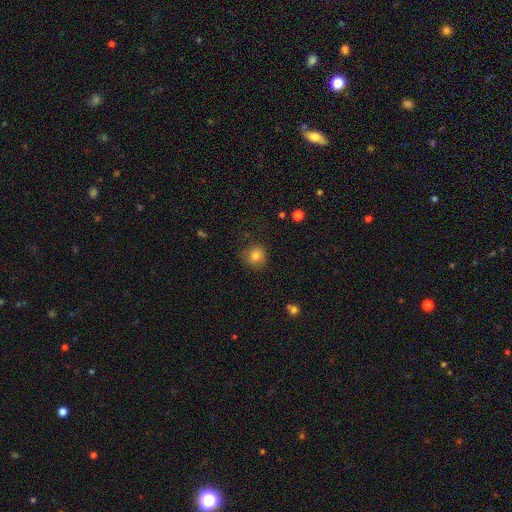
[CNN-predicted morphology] Overall: smooth (81%). How rounded: round (89%). Merging: none (83%).